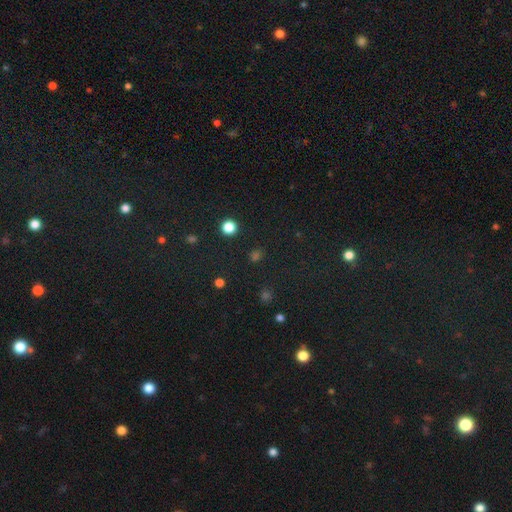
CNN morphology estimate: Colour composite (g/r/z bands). It shows a smooth galaxy with no disk features (51%) that is round (80%). Merging: none (87%).